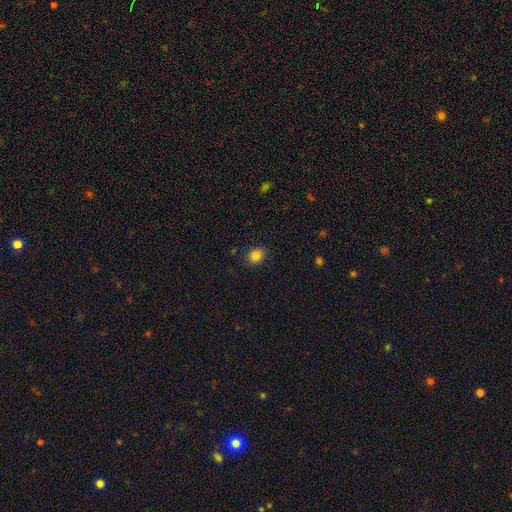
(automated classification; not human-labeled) A smooth galaxy with no disk features (83%) that is round (69%).

Vote fractions:
- Smooth or featured? smooth: 83% / star or artifact: 12% / featured or disk: 6%
- How rounded? round: 69% / in between: 30% / cigar-shaped: 1%
- Merging? none: 87% / minor disturbance: 10% / major disturbance: 2% / merger: 1%